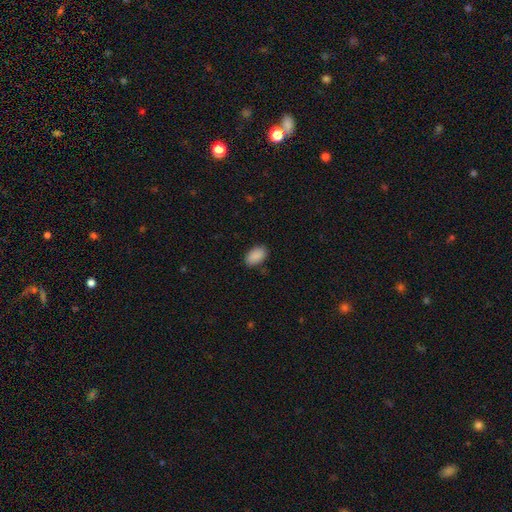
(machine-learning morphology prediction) type=smooth (90%); roundness=in between (93%); merging=none (86%).